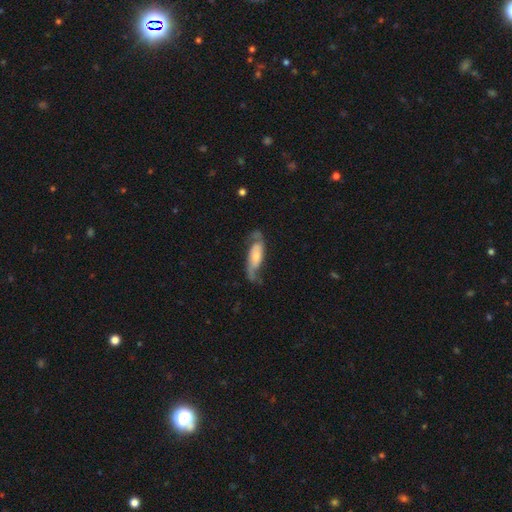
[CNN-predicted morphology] smooth-or-featured: featured or disk: 73% | smooth: 21% | star or artifact: 6%
  disk-edge-on: no: 85% | yes: 15%
    bar: no: 54% | weak: 30% | strong: 16%
    has-spiral-arms: yes: 91% | no: 9%
      spiral-winding: loose: 47% | medium: 37% | tight: 16%
      spiral-arm-count: 2: 86% | can't tell: 7% | 1: 4% | 3: 1% | 4: 1% | more than 4: 1%
    bulge-size: moderate: 43% | small: 39% | large: 11% | none: 6% | dominant: 2%
  merging: none: 64% | minor disturbance: 21% | major disturbance: 13% | merger: 2%